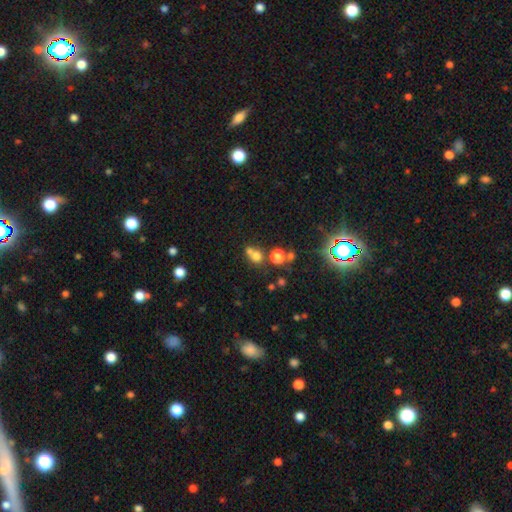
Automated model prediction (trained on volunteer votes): smooth_or_featured: smooth (p=0.67) [alt: star or artifact p=0.21]
how_rounded: round (p=0.79) [alt: in between p=0.20]
merging: none (p=0.46) [alt: merger p=0.42]